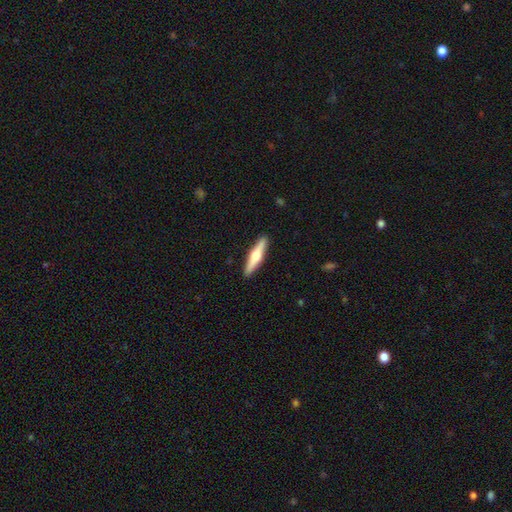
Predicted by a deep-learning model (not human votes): A featured or disk galaxy (58%) viewed edge-on (97%) with a rounded central bulge (91%). Merging: none (91%).